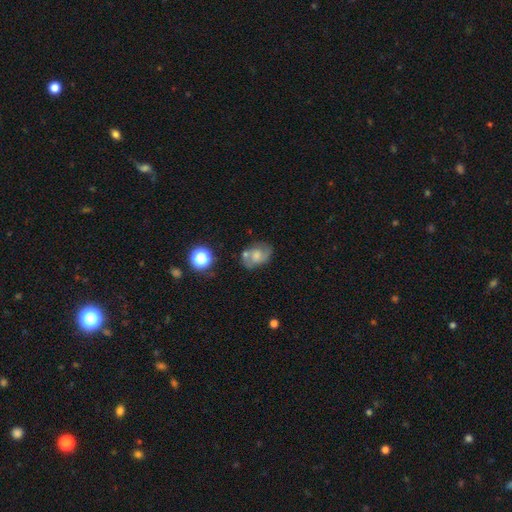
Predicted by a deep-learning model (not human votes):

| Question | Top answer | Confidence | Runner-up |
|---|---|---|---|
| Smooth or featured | featured or disk | 52% | smooth (37%) |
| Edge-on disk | no | 96% | yes (4%) |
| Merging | none | 55% | minor disturbance (22%) |